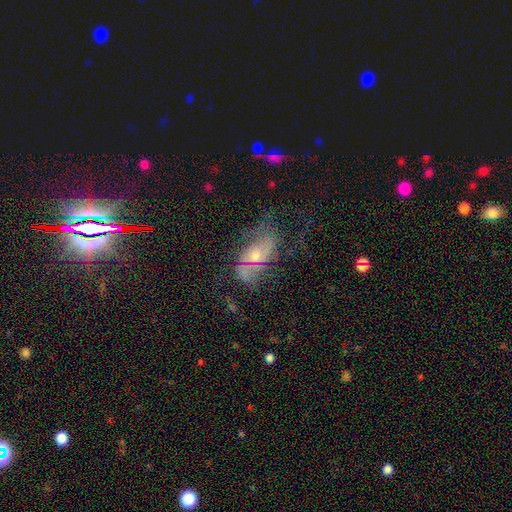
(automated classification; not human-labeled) Smooth or featured? featured or disk (58%)
Edge-on disk? no (89%)
Bar? no (73%)
Spiral arms? yes (58%)
Bulge size? moderate (50%)
Merging? none (43%)